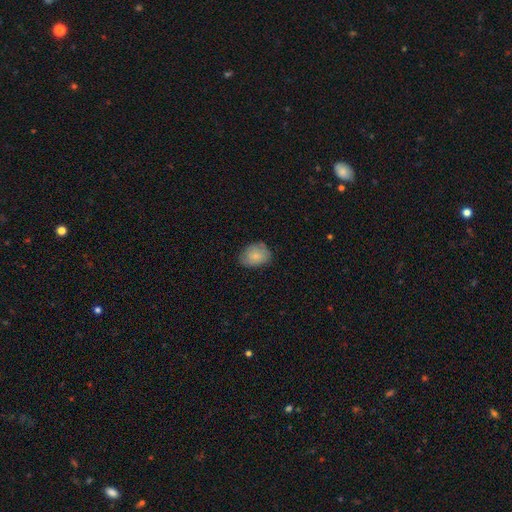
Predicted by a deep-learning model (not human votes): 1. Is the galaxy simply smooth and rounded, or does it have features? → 78% smooth, 14% featured or disk, 7% star or artifact.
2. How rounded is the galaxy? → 66% in between, 33% round, 1% cigar-shaped.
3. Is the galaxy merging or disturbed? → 71% none, 23% minor disturbance, 5% major disturbance, 1% merger.